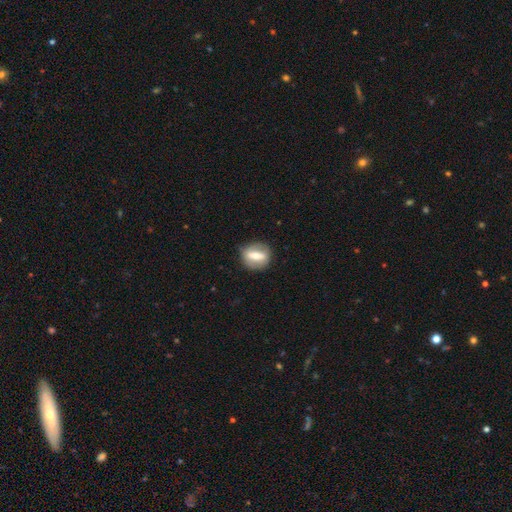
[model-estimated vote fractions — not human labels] Smooth or featured? Predicted: featured or disk (p=0.51). Edge-on disk? Predicted: no (p=0.78). Merging? Predicted: none (p=0.81).